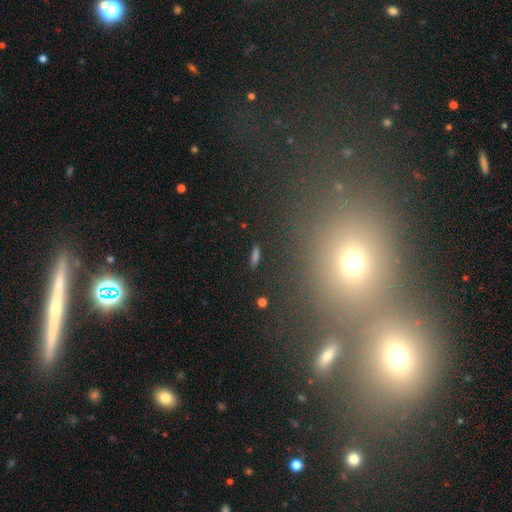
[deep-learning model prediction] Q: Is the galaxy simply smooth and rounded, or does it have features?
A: smooth — 57%.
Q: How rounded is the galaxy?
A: cigar-shaped — 46%.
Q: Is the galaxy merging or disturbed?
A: none — 86%.